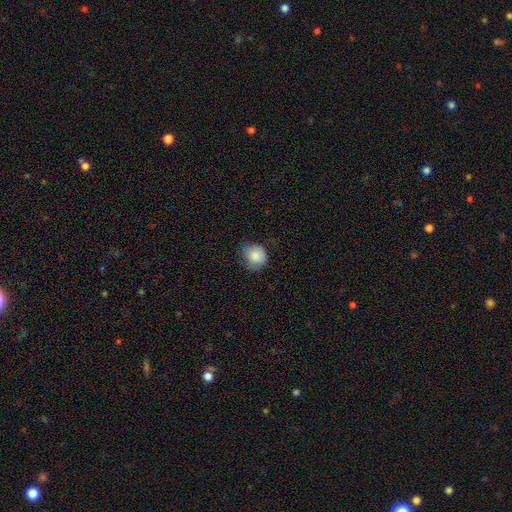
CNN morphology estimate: This appears to be a smooth galaxy with no disk features (84%) that is round (75%). Merging: none (56%).